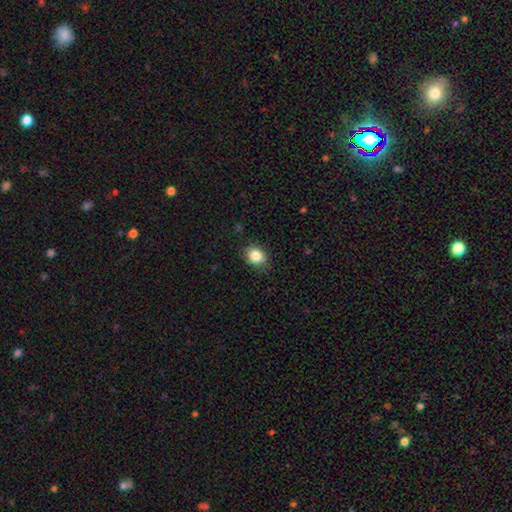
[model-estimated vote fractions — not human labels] Overall: smooth (85%). How rounded: round (50%; in between 49%). Merging: none (83%).